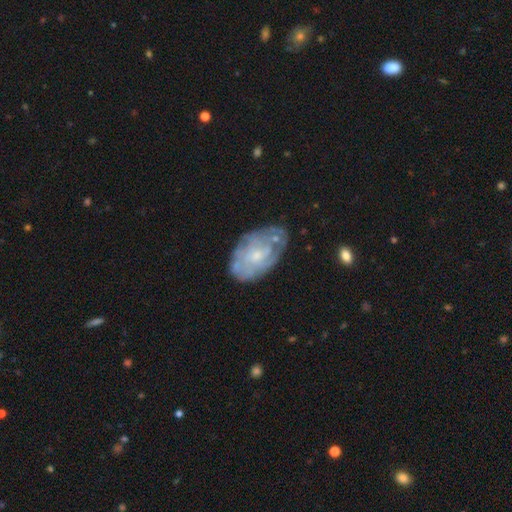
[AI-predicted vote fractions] A featured or disk galaxy (63%) with no bar (78%), spiral arms (55%) and a small central bulge (61%).

Vote fractions:
- Smooth or featured? featured or disk: 63% / smooth: 30% / star or artifact: 7%
- Edge-on disk? no: 95% / yes: 5%
- Bar? no: 78% / weak: 19% / strong: 3%
- Spiral arms? yes: 55% / no: 45%
- Bulge size? small: 61% / moderate: 30% / none: 6% / large: 2% / dominant: 1%
- Merging? none: 68% / minor disturbance: 22% / major disturbance: 7% / merger: 3%